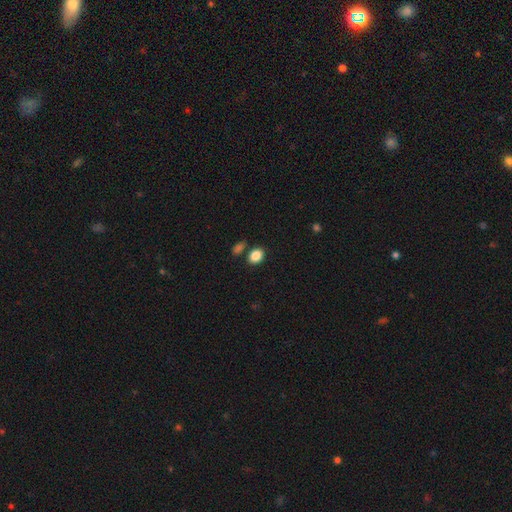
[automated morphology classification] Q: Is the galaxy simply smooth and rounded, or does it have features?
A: smooth — 87%.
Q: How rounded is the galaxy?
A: in between — 67%.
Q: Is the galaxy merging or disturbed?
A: none — 74%.